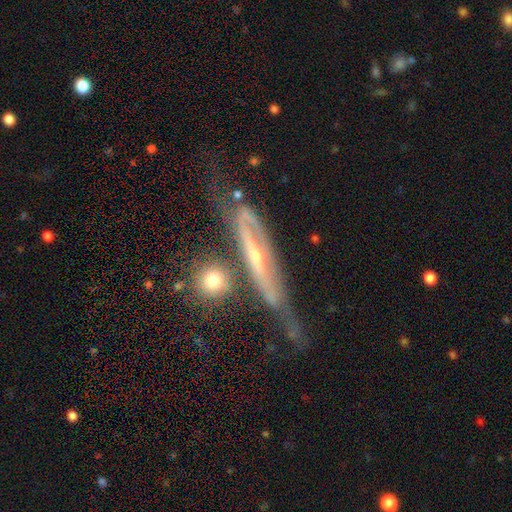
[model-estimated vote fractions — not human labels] A featured or disk galaxy (82%) viewed edge-on (51%).

Vote fractions:
- Smooth or featured? featured or disk: 82% / smooth: 11% / star or artifact: 7%
- Edge-on disk? yes: 51% / no: 49%
- Merging? none: 43% / minor disturbance: 25% / major disturbance: 19% / merger: 13%